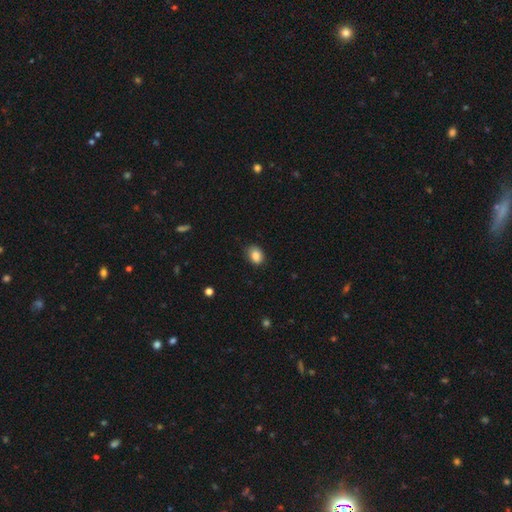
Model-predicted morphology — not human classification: A smooth galaxy with no disk features (86%) that is in between round and cigar-shaped (70%). Merging: none (78%).